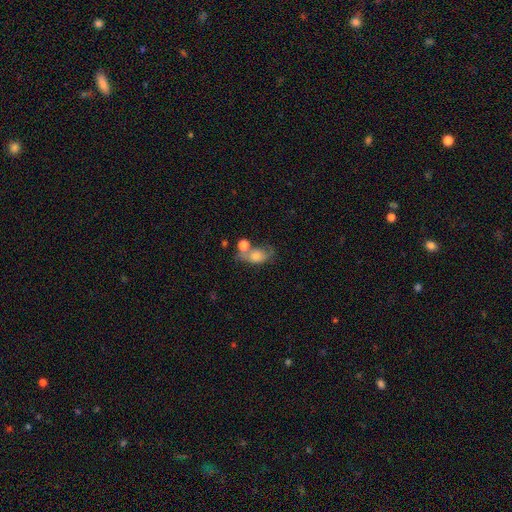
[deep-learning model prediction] smooth 63%, featured or disk 26%, star or artifact 10%. Down the decision tree: how rounded — in between (73%); merging — merger (33%).